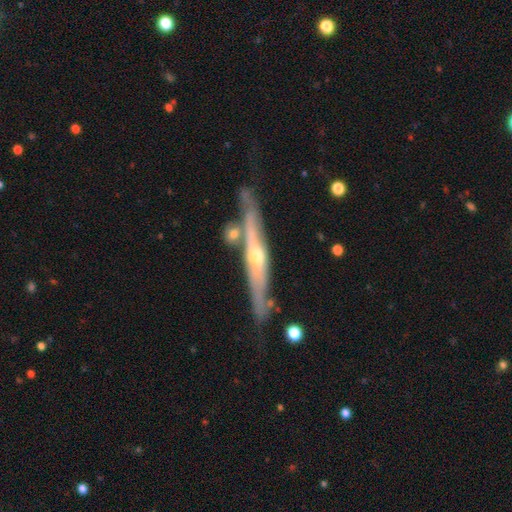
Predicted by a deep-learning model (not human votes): A featured or disk galaxy (70%) viewed edge-on (86%) with a rounded central bulge (84%). Merging: none (65%).